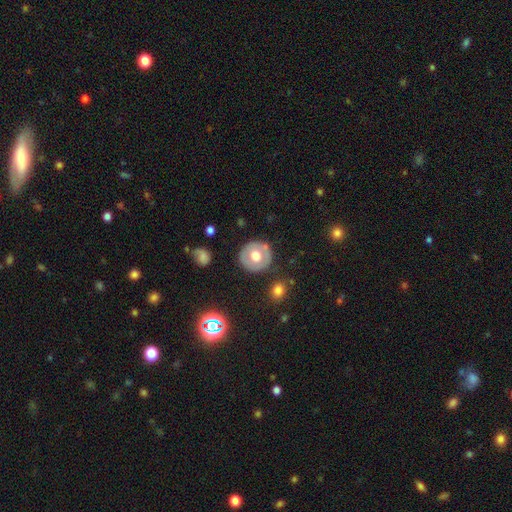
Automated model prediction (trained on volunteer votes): Smooth or featured? smooth (55%)
How rounded? round (91%)
Merging? none (84%)